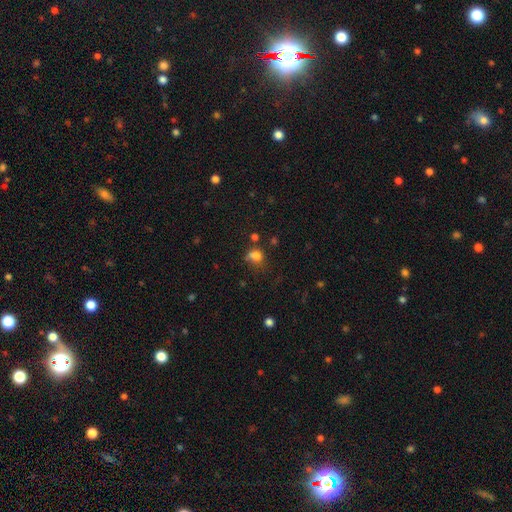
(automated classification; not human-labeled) This appears to be a smooth galaxy with no disk features (76%) that is round (55%). Merging: none (41%).